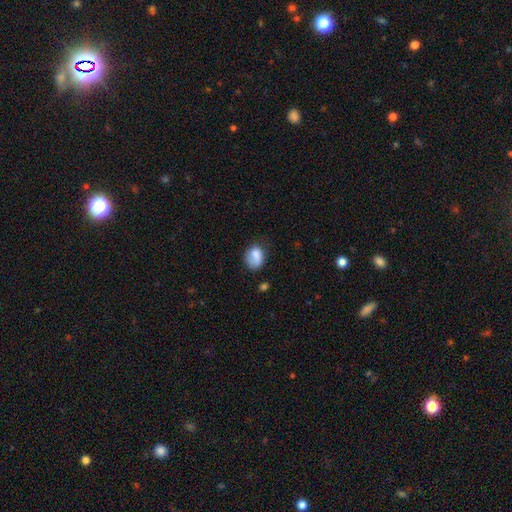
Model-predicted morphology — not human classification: Q: Smooth or featured?
A: smooth (79%); runner-up: featured or disk (13%)
Q: How rounded?
A: in between (63%); runner-up: round (36%)
Q: Merging?
A: none (51%); runner-up: minor disturbance (30%)